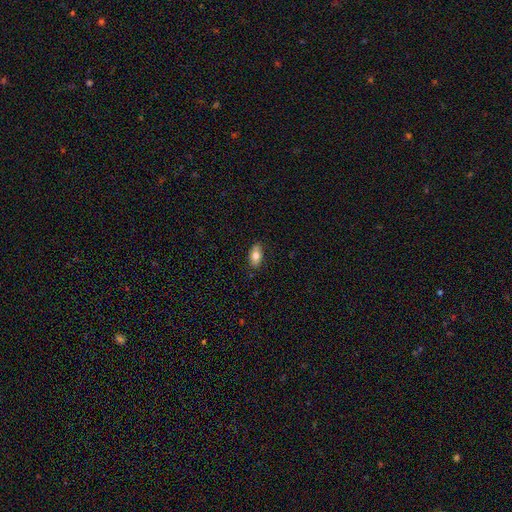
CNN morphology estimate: type=smooth (74%); roundness=in between (89%); merging=none (83%).